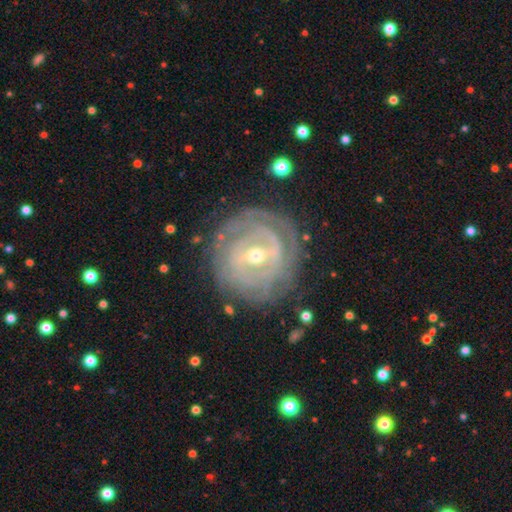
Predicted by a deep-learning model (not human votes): Overall: featured or disk (83%). Edge-on disk: no (96%). Bar: weak (46%; strong 31%). Spiral arms: yes (84%). Spiral arm count: can't tell (46%; 2 20%). Spiral winding: tight (78%). Bulge size: moderate (49%; small 47%). Merging: none (78%).